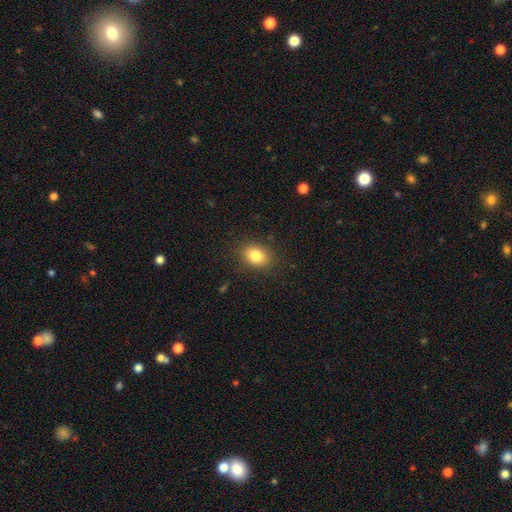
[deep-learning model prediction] Overall: smooth (83%). How rounded: in between (54%; round 45%). Merging: none (86%).